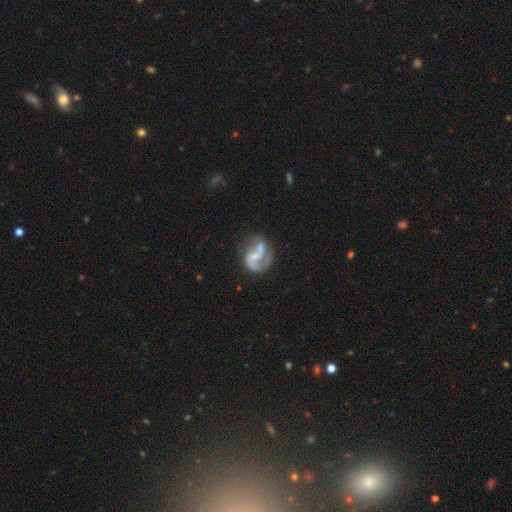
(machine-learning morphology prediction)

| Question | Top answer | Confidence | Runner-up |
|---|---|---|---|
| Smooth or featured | featured or disk | 81% | smooth (13%) |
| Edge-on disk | no | 98% | yes (2%) |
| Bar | weak | 43% | no (35%) |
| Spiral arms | yes | 91% | no (9%) |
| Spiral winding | loose | 45% | medium (42%) |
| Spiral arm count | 2 | 74% | 1 (18%) |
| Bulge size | small | 50% | none (26%) |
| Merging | none | 50% | major disturbance (21%) |